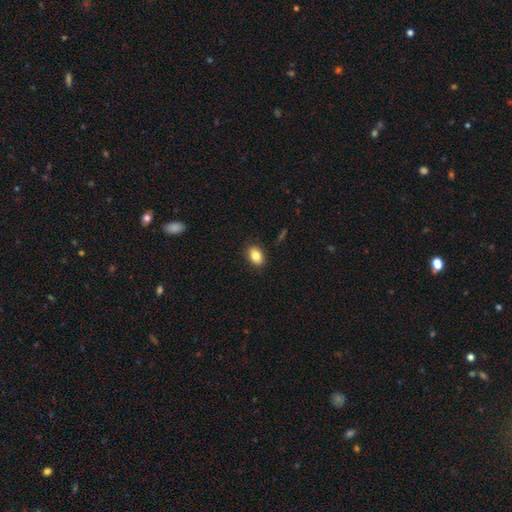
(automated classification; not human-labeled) Smooth or featured?
  - smooth: 84% *
  - star or artifact: 8%
  - featured or disk: 8%
How rounded?
  - in between: 82% *
  - round: 17%
  - cigar-shaped: 1%
Merging?
  - none: 89% *
  - minor disturbance: 8%
  - major disturbance: 2%
  - merger: 1%